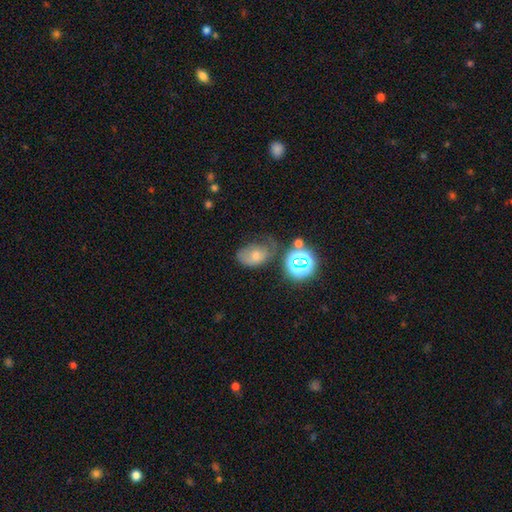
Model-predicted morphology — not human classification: Smooth or featured?
  - smooth: 46% *
  - featured or disk: 29%
  - star or artifact: 26%
Merging?
  - none: 45% *
  - minor disturbance: 30%
  - major disturbance: 18%
  - merger: 7%